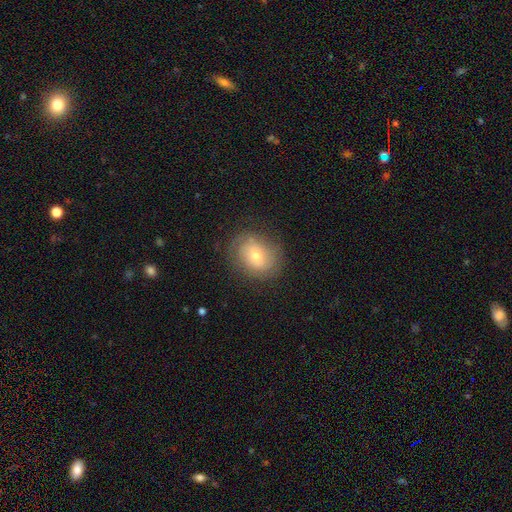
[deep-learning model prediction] This is possibly a smooth galaxy (49%). Merging: likely none (75%).